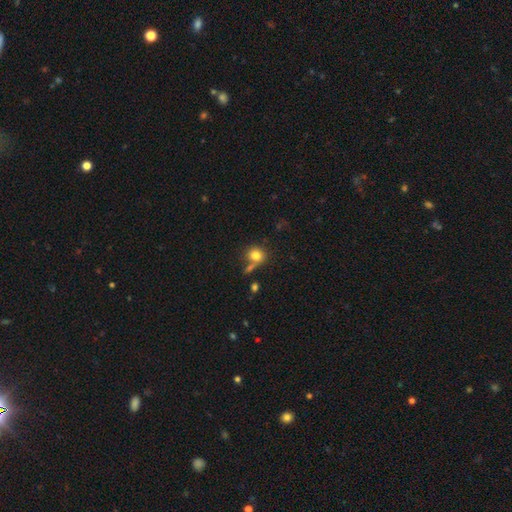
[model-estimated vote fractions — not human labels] smooth 79%, star or artifact 11%, featured or disk 10%. Down the decision tree: how rounded — round (73%); merging — none (54%).